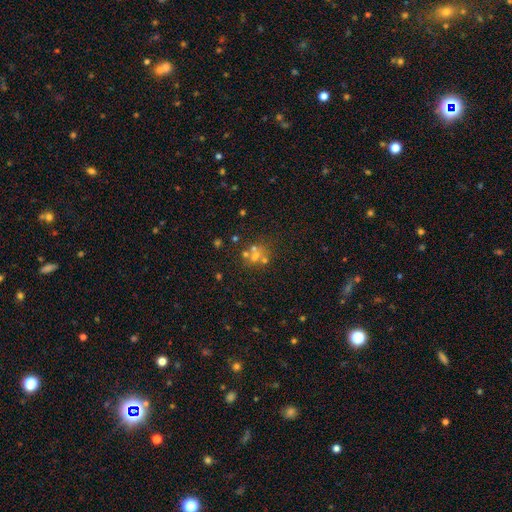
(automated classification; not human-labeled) Smooth or featured: star or artifact — 47% (smooth — 33%)